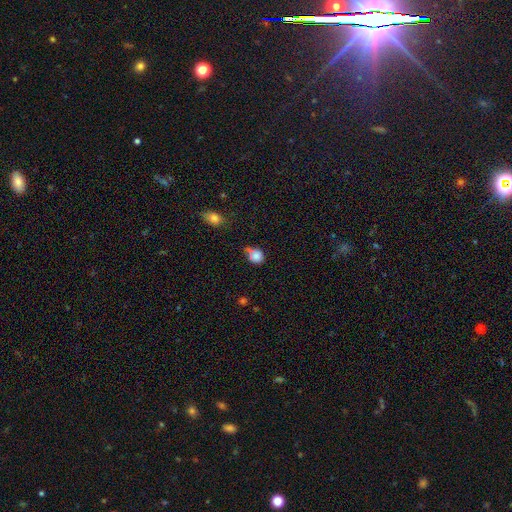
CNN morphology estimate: smooth 79%, star or artifact 11%, featured or disk 11%. Down the decision tree: how rounded — round (58%); merging — none (38%).